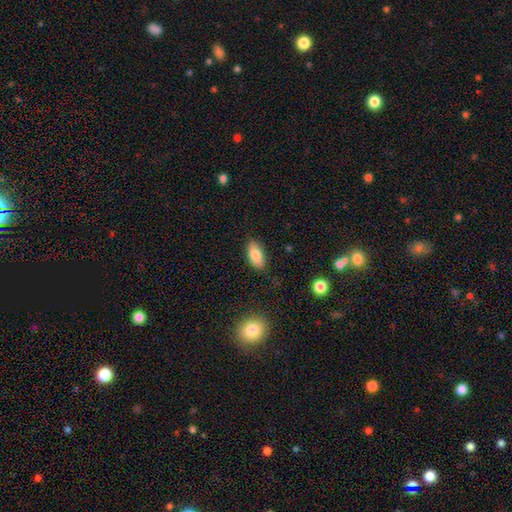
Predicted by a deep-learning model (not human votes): Q: Smooth or featured?
A: smooth (84%); runner-up: featured or disk (9%)
Q: How rounded?
A: in between (91%); runner-up: cigar-shaped (6%)
Q: Merging?
A: none (84%); runner-up: minor disturbance (12%)